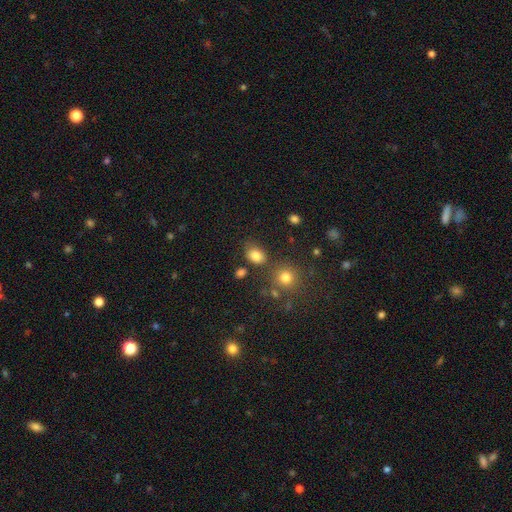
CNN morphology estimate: smooth 82%, star or artifact 12%, featured or disk 6%. Down the decision tree: how rounded — in between (66%); merging — none (71%).